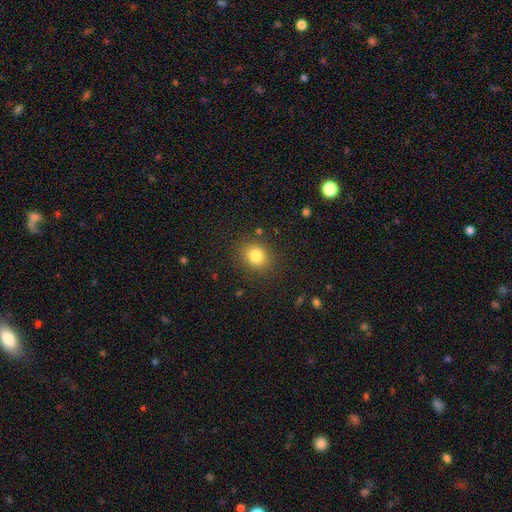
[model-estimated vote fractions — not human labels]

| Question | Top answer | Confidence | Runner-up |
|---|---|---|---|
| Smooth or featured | smooth | 81% | star or artifact (12%) |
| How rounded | round | 71% | in between (29%) |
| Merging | none | 86% | minor disturbance (9%) |